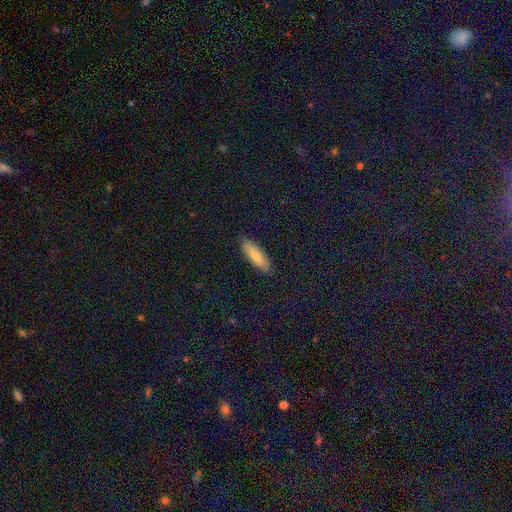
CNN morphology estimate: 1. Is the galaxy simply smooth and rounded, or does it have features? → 79% smooth, 15% featured or disk, 6% star or artifact.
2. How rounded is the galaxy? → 63% cigar-shaped, 35% in between, 2% round.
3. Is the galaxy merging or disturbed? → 88% none, 9% minor disturbance, 2% major disturbance, 1% merger.